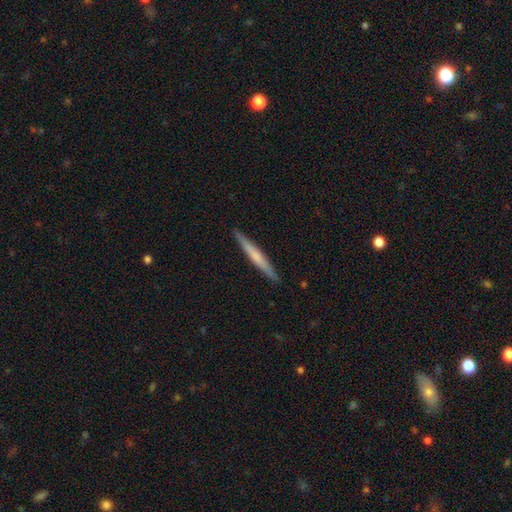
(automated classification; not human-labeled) Q: Smooth or featured?
A: smooth (51%); runner-up: featured or disk (44%)
Q: How rounded?
A: cigar-shaped (96%); runner-up: in between (2%)
Q: Merging?
A: none (91%); runner-up: minor disturbance (6%)